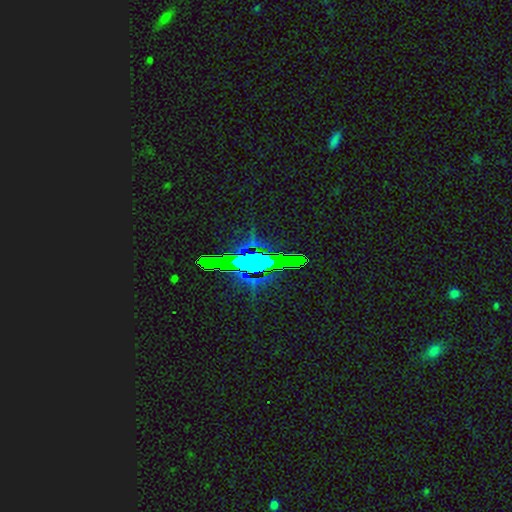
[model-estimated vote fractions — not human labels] Smooth or featured: star or artifact — 76% (featured or disk — 14%)